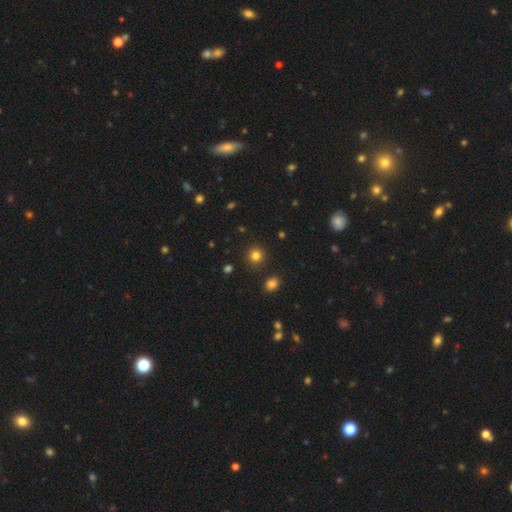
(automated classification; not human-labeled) A smooth galaxy with no disk features (80%) that is round (93%). Merging: none (89%).